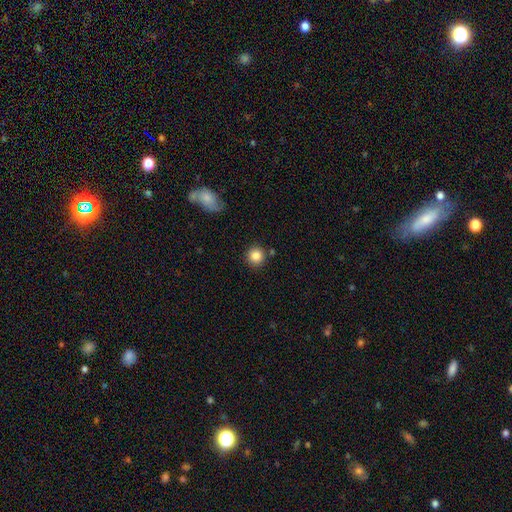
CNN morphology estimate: A smooth galaxy with no disk features (85%) that is round (94%).

Vote fractions:
- Smooth or featured? smooth: 85% / star or artifact: 10% / featured or disk: 5%
- How rounded? round: 94% / in between: 5% / cigar-shaped: 1%
- Merging? none: 86% / minor disturbance: 8% / merger: 4% / major disturbance: 2%